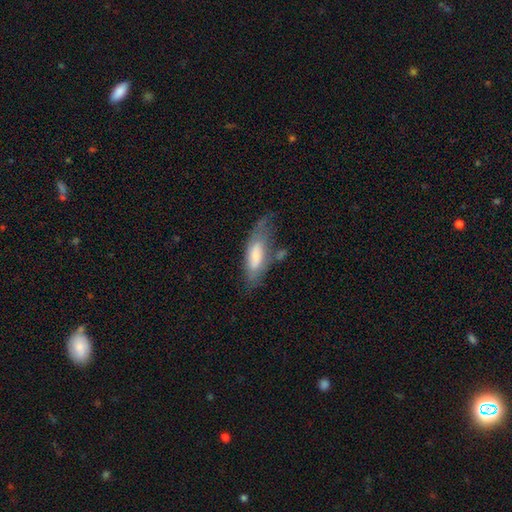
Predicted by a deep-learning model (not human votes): The model was most divided on "merging": none: 42%, minor disturbance: 29%, major disturbance: 22%, merger: 7%. More confident: how rounded — in between (62%); smooth or featured — smooth (60%).